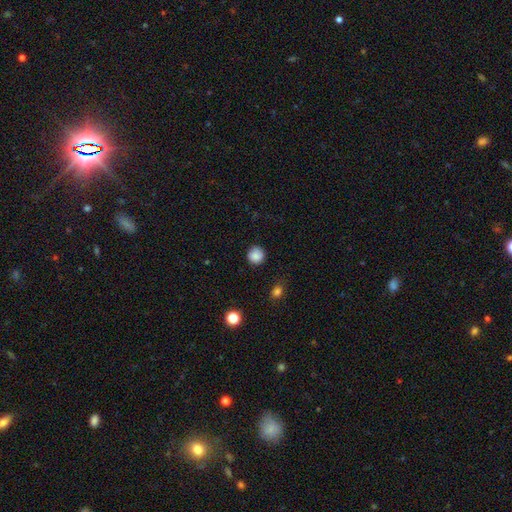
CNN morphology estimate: Smooth or featured?
  - smooth: 86% *
  - star or artifact: 10%
  - featured or disk: 4%
How rounded?
  - round: 93% *
  - in between: 6%
  - cigar-shaped: 1%
Merging?
  - none: 87% *
  - minor disturbance: 9%
  - major disturbance: 2%
  - merger: 1%